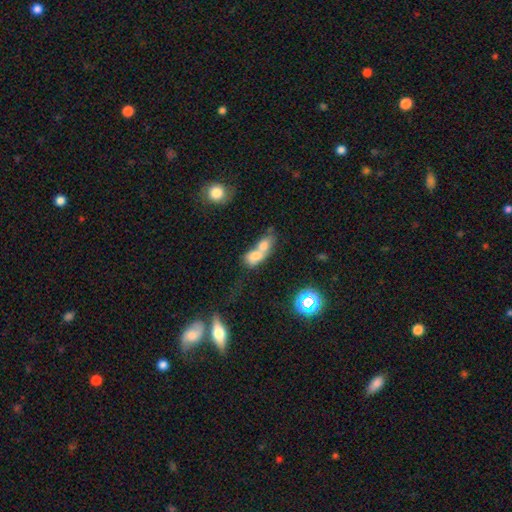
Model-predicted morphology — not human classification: This appears to be a smooth galaxy with no disk features (68%) that is in between round and cigar-shaped (69%). Merging: merger (77%).